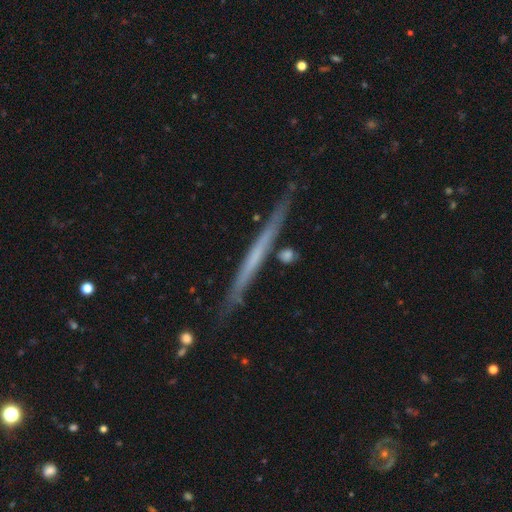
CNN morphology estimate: A featured or disk galaxy (61%) viewed edge-on (97%) with no central bulge (89%).

Vote fractions:
- Smooth or featured? featured or disk: 61% / smooth: 33% / star or artifact: 6%
- Edge-on disk? yes: 97% / no: 3%
- Edge-on bulge? none: 89% / rounded: 7% / boxy: 4%
- Merging? none: 86% / minor disturbance: 10% / merger: 2% / major disturbance: 2%